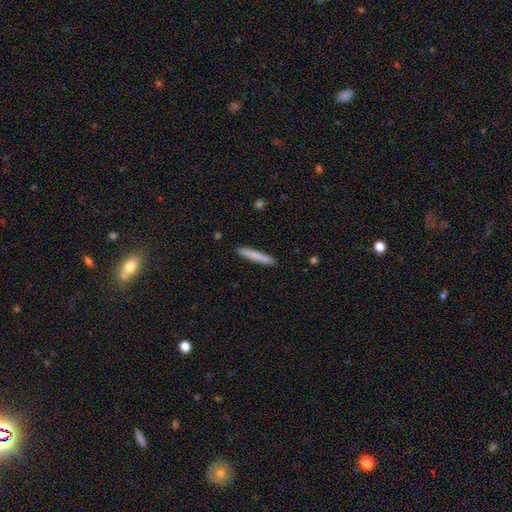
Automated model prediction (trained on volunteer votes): Overall: smooth (80%). How rounded: cigar-shaped (95%). Merging: none (91%).